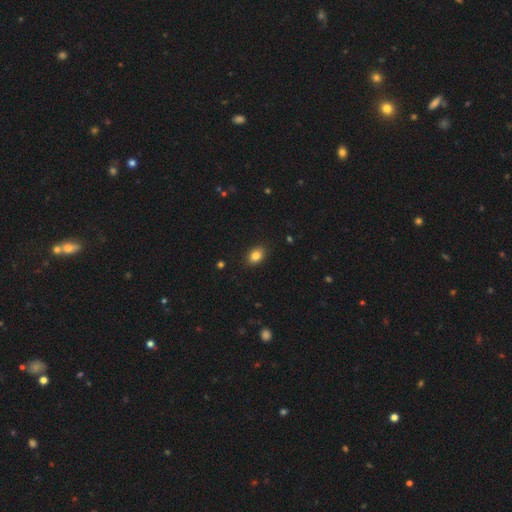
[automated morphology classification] smooth_or_featured: smooth (p=0.84) [alt: star or artifact p=0.10]
how_rounded: in between (p=0.76) [alt: round p=0.22]
merging: none (p=0.88) [alt: minor disturbance p=0.08]